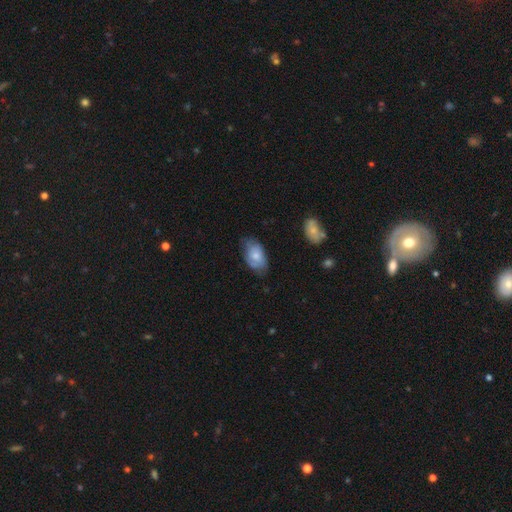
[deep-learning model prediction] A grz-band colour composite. It shows a smooth galaxy with no disk features (65%) that is in between round and cigar-shaped (91%). Merging: none (56%).